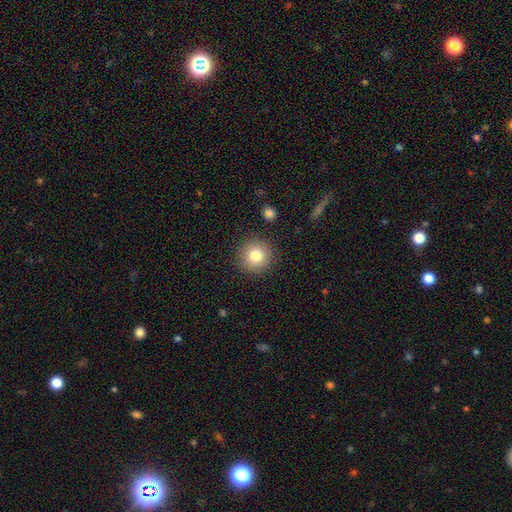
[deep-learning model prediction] Smooth or featured? Predicted: smooth (p=0.80). How rounded? Predicted: round (p=0.95). Merging? Predicted: none (p=0.90).